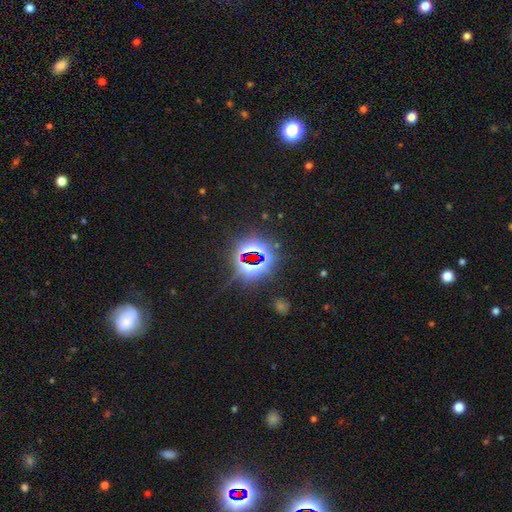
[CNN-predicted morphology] Smooth or featured?
  - star or artifact: 81% *
  - smooth: 11%
  - featured or disk: 8%